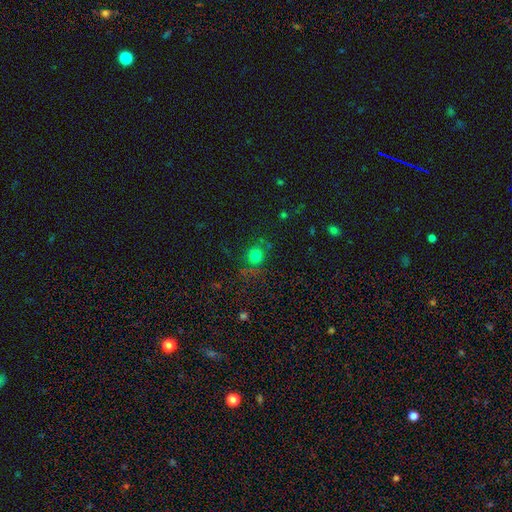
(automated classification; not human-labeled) Smooth or featured?
  - smooth: 74% *
  - star or artifact: 19%
  - featured or disk: 7%
How rounded?
  - round: 88% *
  - in between: 11%
  - cigar-shaped: 1%
Merging?
  - none: 73% *
  - minor disturbance: 14%
  - major disturbance: 7%
  - merger: 5%